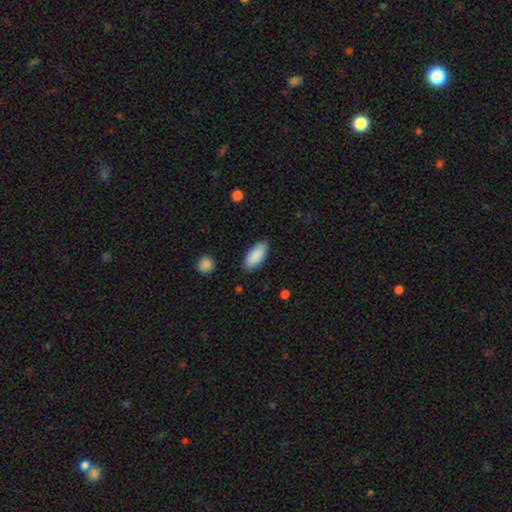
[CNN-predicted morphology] smooth-or-featured: smooth: 90% | star or artifact: 6% | featured or disk: 5%
  how-rounded: in between: 87% | cigar-shaped: 11% | round: 2%
  merging: none: 87% | minor disturbance: 9% | major disturbance: 2% | merger: 1%